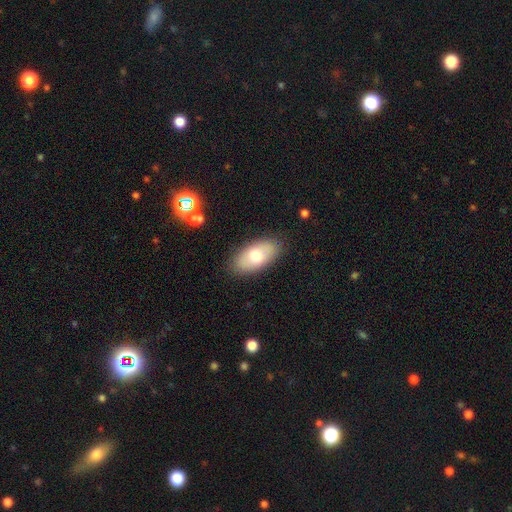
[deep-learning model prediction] This appears to be a smooth galaxy with no disk features (71%) that is in between round and cigar-shaped (93%). Merging: none (85%).